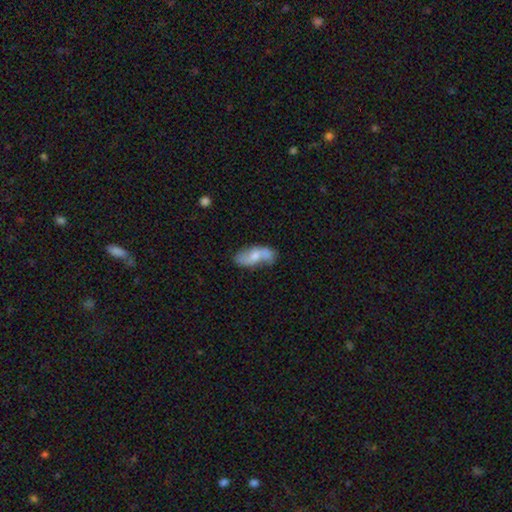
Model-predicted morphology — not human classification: A featured or disk galaxy (49%).

Vote fractions:
- Smooth or featured? featured or disk: 49% / smooth: 44% / star or artifact: 7%
- Merging? none: 52% / minor disturbance: 24% / merger: 15% / major disturbance: 9%